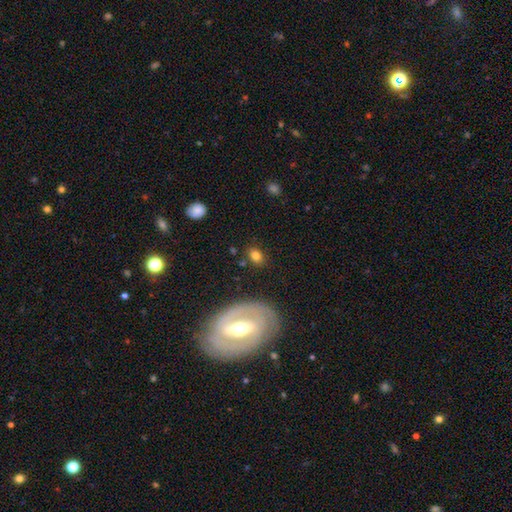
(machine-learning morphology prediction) This is likely a smooth galaxy (76%). How rounded: likely in between (70%). Merging: likely none (80%).